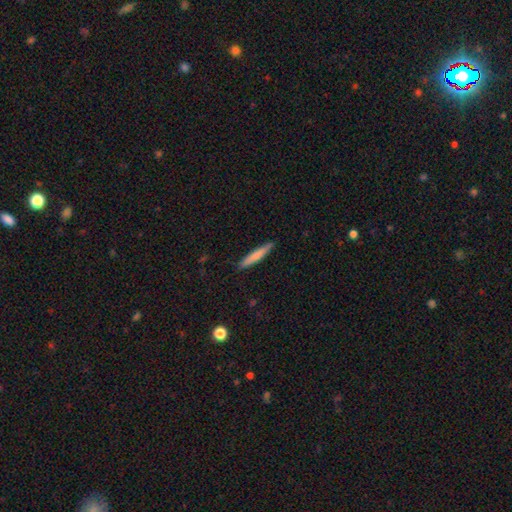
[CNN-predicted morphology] Smooth or featured? Predicted: smooth (p=0.73). How rounded? Predicted: cigar-shaped (p=0.93). Merging? Predicted: none (p=0.89).